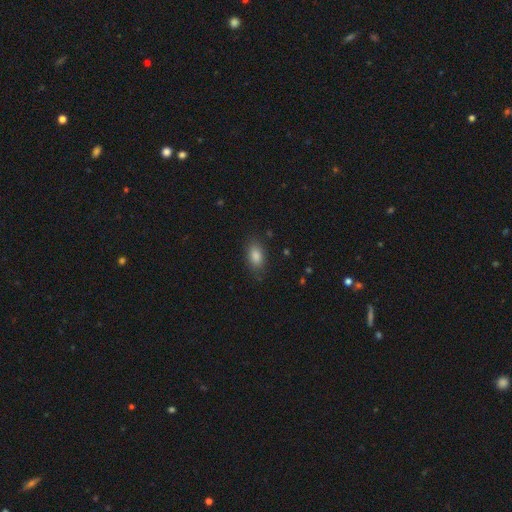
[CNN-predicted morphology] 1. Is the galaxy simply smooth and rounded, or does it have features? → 84% smooth, 9% star or artifact, 7% featured or disk.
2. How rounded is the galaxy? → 87% in between, 7% round, 6% cigar-shaped.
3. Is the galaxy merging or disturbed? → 84% none, 12% minor disturbance, 3% major disturbance, 1% merger.